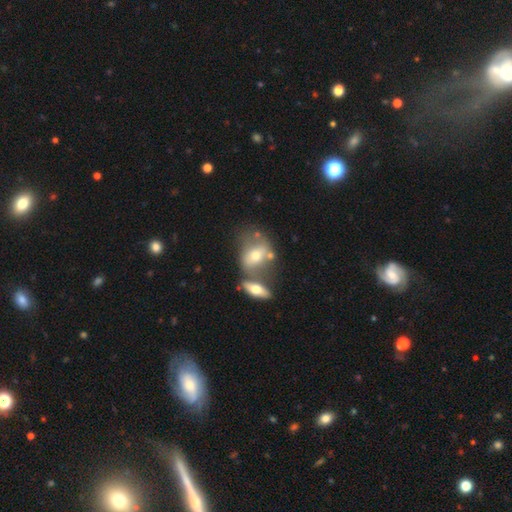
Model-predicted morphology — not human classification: Smooth or featured?
  - smooth: 50% *
  - featured or disk: 41%
  - star or artifact: 9%
Merging?
  - merger: 40% *
  - none: 36%
  - minor disturbance: 15%
  - major disturbance: 9%